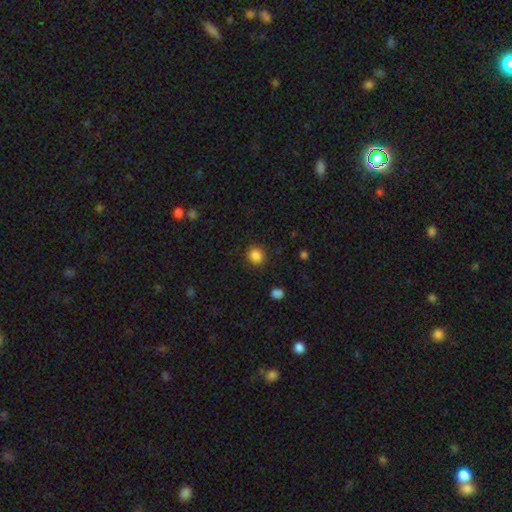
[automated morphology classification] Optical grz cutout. It shows a smooth galaxy with no disk features (85%) that is round (88%). Merging: none (89%).